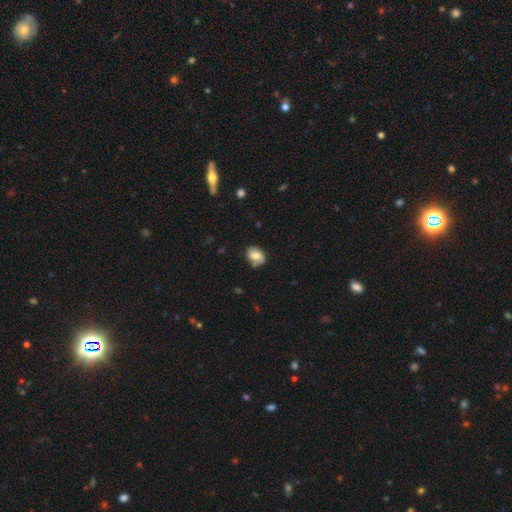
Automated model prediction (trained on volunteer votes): This is likely a smooth galaxy (73%). How rounded: likely in between (75%). Merging: likely none (63%).